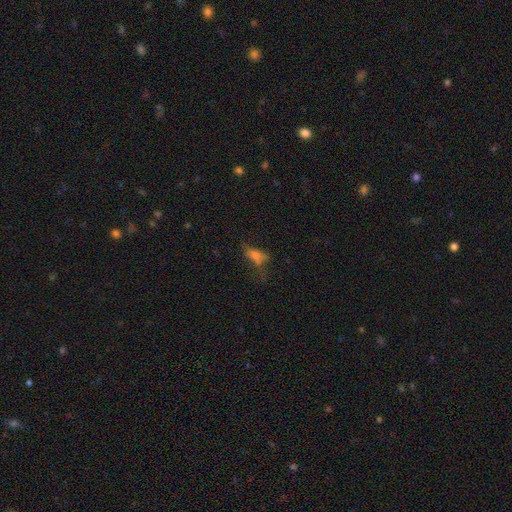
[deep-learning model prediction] smooth 56%, featured or disk 26%, star or artifact 18%. Down the decision tree: how rounded — in between (73%); merging — major disturbance (36%).